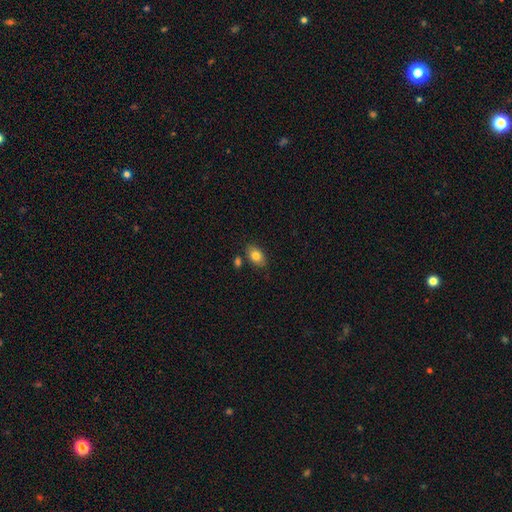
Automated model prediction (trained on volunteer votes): The model was most divided on "merging": none: 78%, minor disturbance: 12%, merger: 7%, major disturbance: 3%. More confident: how rounded — in between (89%); smooth or featured — smooth (82%).